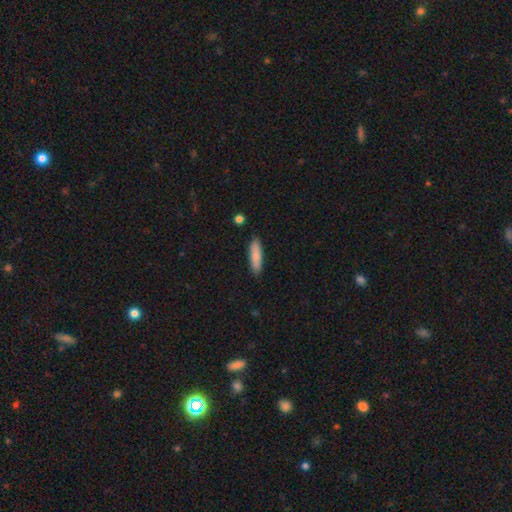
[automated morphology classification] type=smooth (83%); roundness=cigar-shaped (69%); merging=none (88%).